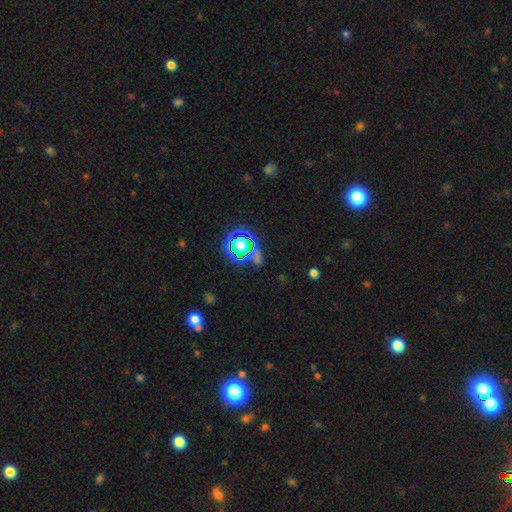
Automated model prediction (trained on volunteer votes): Smooth or featured: star or artifact — 64% (smooth — 26%)